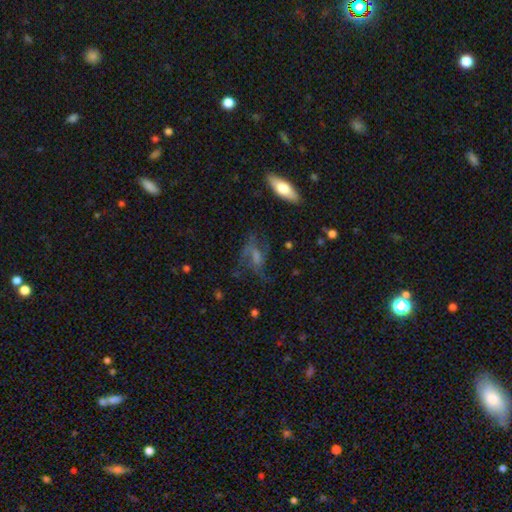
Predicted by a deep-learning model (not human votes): Smooth or featured? Predicted: featured or disk (p=0.56). Edge-on disk? Predicted: no (p=0.90). Bar? Predicted: no (p=0.58). Spiral arms? Predicted: yes (p=0.66). Bulge size? Predicted: none (p=0.35). Merging? Predicted: none (p=0.46).